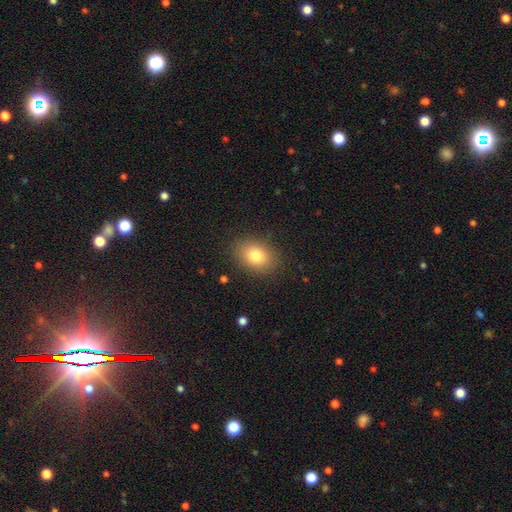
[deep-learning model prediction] smooth 79%, star or artifact 10%, featured or disk 10%. Down the decision tree: how rounded — in between (69%); merging — none (87%).